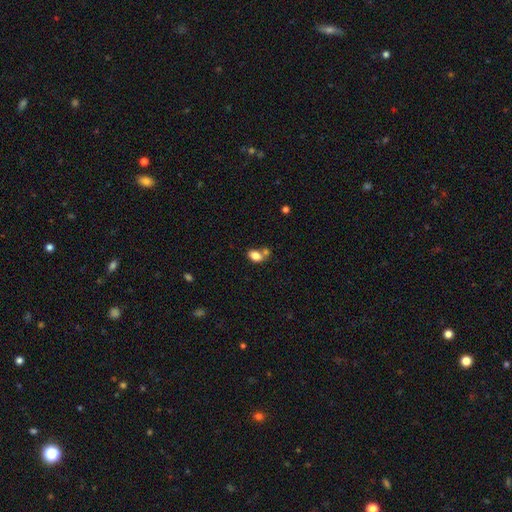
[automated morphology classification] Q: Smooth or featured?
A: smooth (82%); runner-up: star or artifact (9%)
Q: How rounded?
A: in between (85%); runner-up: round (13%)
Q: Merging?
A: none (49%); runner-up: merger (34%)